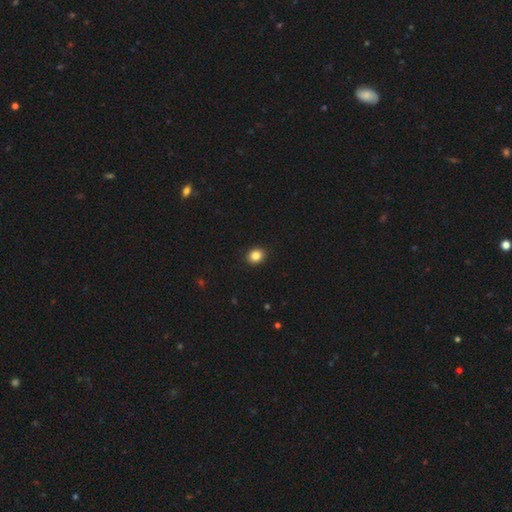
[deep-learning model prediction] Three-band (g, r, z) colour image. It shows a smooth galaxy with no disk features (86%) that is round (67%). Merging: none (92%).